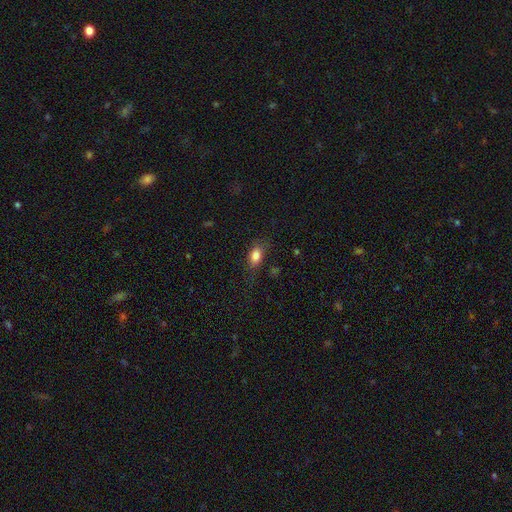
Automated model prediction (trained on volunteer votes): Smooth or featured? smooth (82%)
How rounded? in between (83%)
Merging? none (69%)